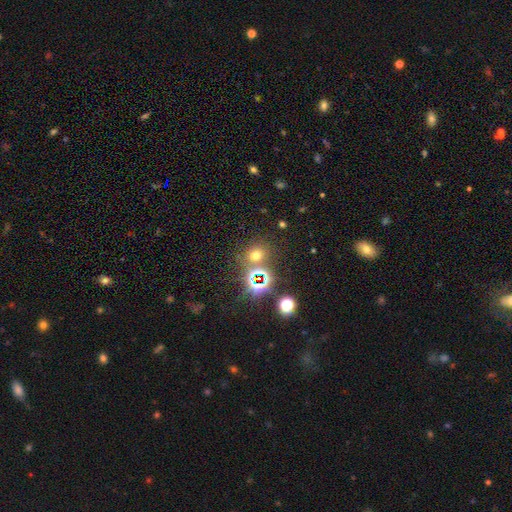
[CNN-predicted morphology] smooth_or_featured: smooth (p=0.52) [alt: star or artifact p=0.39]
how_rounded: round (p=0.75) [alt: in between p=0.24]
merging: none (p=0.74) [alt: merger p=0.13]